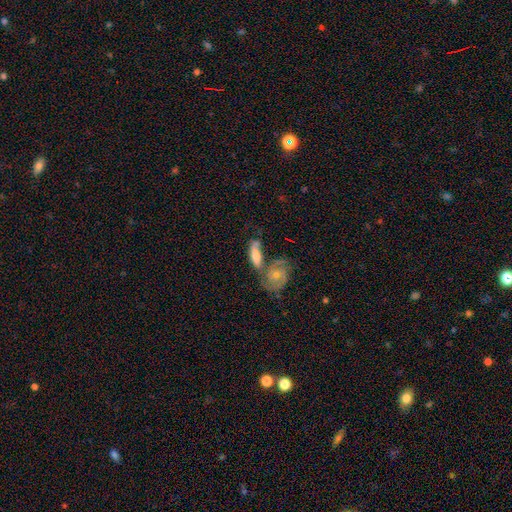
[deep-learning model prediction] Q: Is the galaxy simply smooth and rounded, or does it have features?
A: featured or disk — 50%.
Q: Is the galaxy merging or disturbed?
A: merger — 41%.